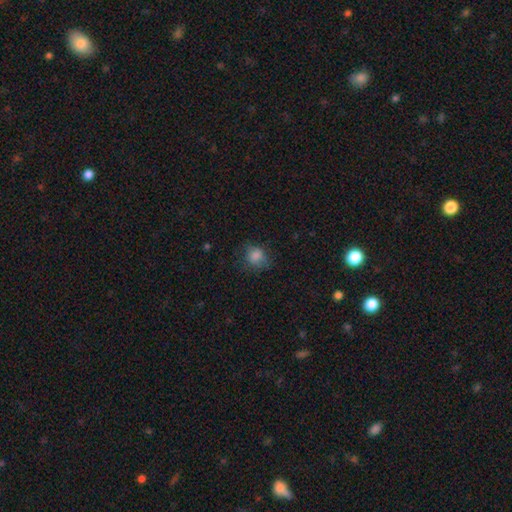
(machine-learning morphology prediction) Q: Smooth or featured?
A: smooth (80%); runner-up: star or artifact (12%)
Q: How rounded?
A: round (69%); runner-up: in between (30%)
Q: Merging?
A: none (67%); runner-up: minor disturbance (21%)